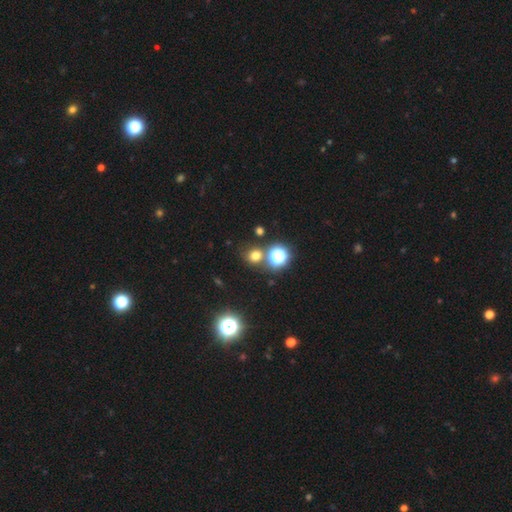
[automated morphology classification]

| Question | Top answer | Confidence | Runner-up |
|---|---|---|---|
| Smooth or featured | smooth | 67% | star or artifact (27%) |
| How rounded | round | 83% | in between (16%) |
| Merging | none | 74% | merger (12%) |